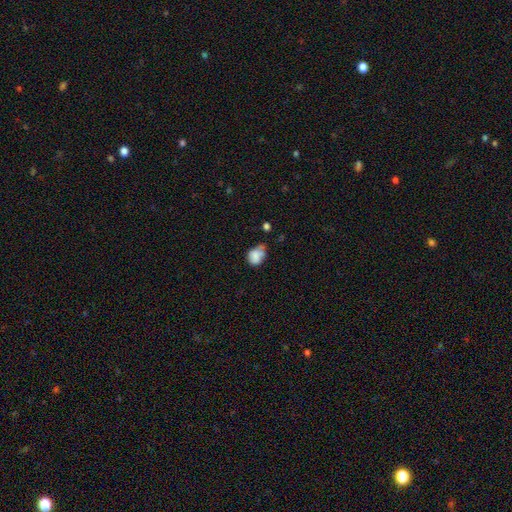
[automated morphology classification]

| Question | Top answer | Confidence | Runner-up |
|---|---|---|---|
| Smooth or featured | smooth | 72% | featured or disk (18%) |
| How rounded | in between | 58% | round (41%) |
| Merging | minor disturbance | 36% | none (34%) |